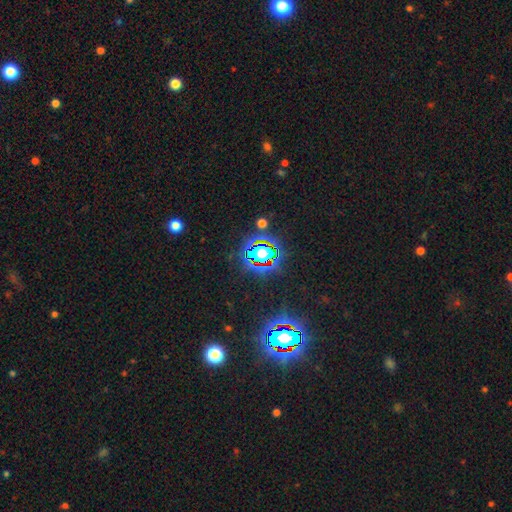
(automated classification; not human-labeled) Smooth or featured?
  - star or artifact: 80% *
  - smooth: 12%
  - featured or disk: 8%